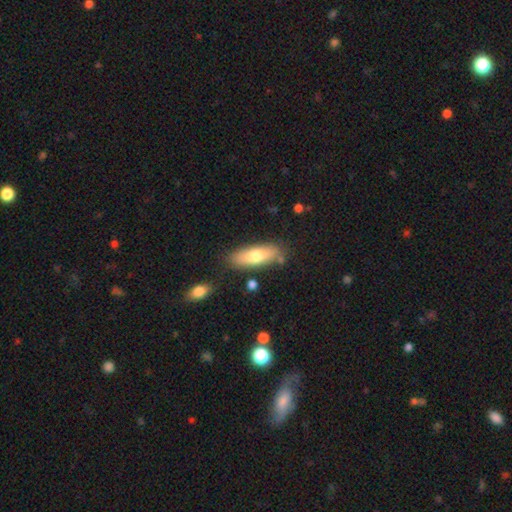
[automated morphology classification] Smooth or featured? smooth (70%)
How rounded? in between (60%)
Merging? none (80%)